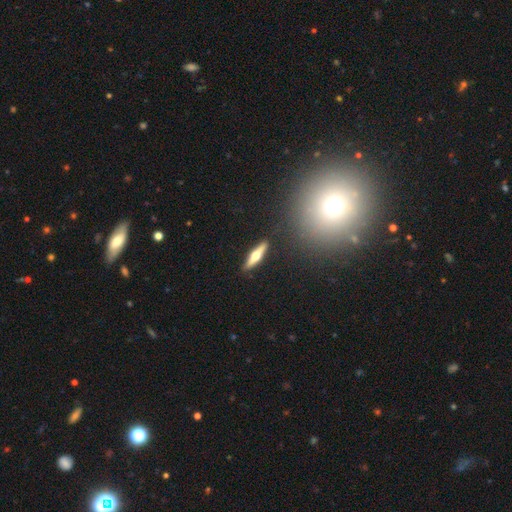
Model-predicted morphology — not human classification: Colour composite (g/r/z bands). It shows a featured or disk galaxy (55%) viewed edge-on (93%) with a rounded central bulge (94%). Merging: none (89%).